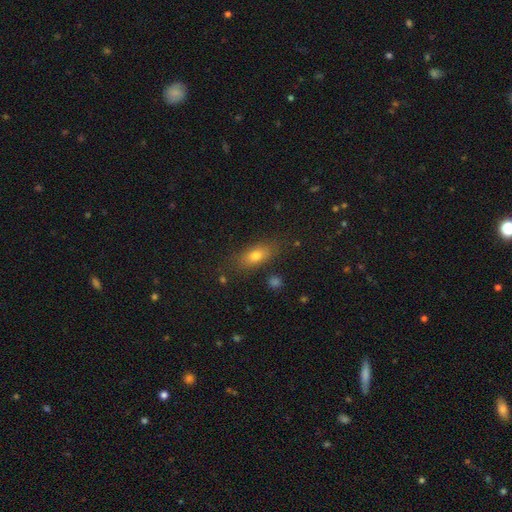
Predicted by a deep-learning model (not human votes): Q: Smooth or featured?
A: smooth (72%); runner-up: featured or disk (17%)
Q: How rounded?
A: in between (73%); runner-up: cigar-shaped (19%)
Q: Merging?
A: none (80%); runner-up: minor disturbance (13%)